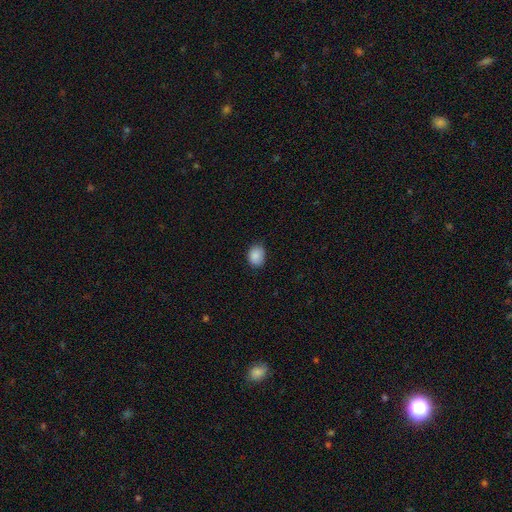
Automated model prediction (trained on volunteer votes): Q: Smooth or featured?
A: smooth (88%); runner-up: star or artifact (8%)
Q: How rounded?
A: in between (56%); runner-up: round (43%)
Q: Merging?
A: none (77%); runner-up: minor disturbance (19%)